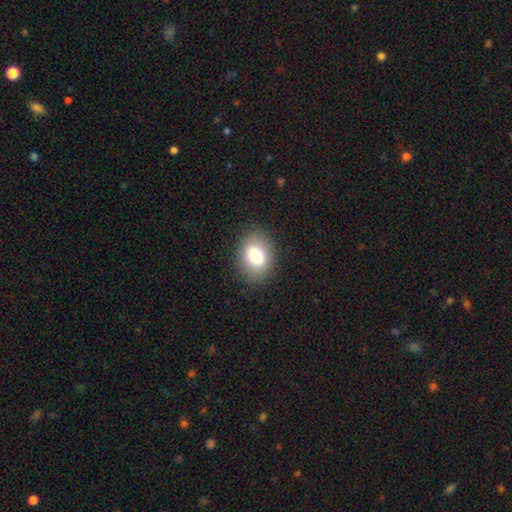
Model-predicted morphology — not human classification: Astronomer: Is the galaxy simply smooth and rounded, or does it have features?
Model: smooth — 78%.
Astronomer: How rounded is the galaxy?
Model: in between — 57% (runner-up: round, 42%).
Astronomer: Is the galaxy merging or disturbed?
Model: none — 87%.